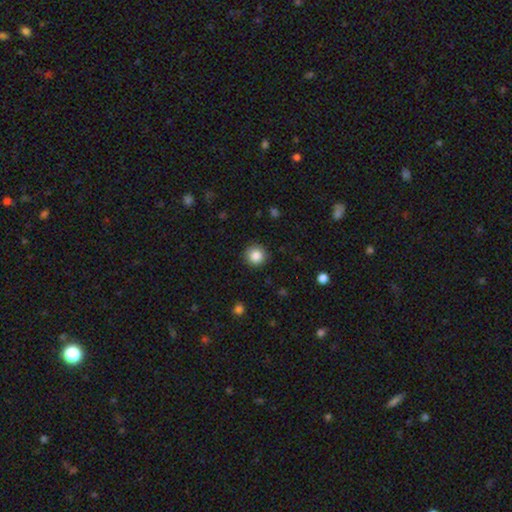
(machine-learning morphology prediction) smooth 86%, star or artifact 9%, featured or disk 5%. Down the decision tree: how rounded — round (95%); merging — none (91%).